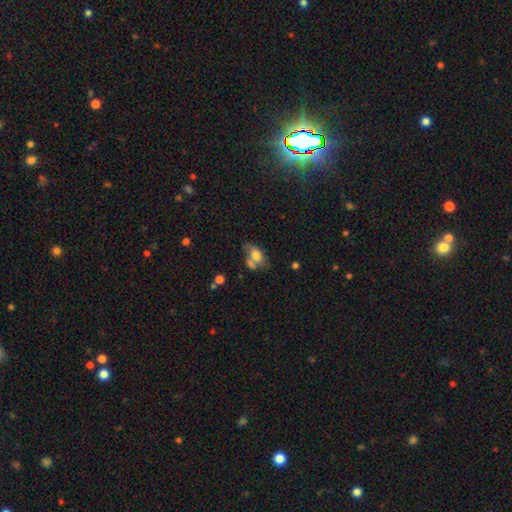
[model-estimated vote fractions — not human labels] The model was most divided on "merging": merger: 35%, none: 33%, minor disturbance: 20%, major disturbance: 12%. More confident: how rounded — in between (84%); smooth or featured — smooth (66%).